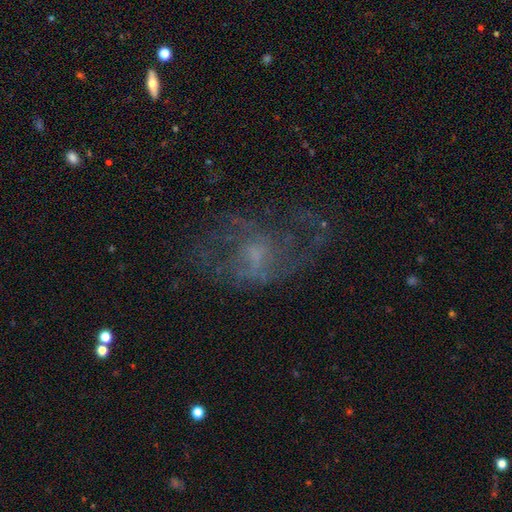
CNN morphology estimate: featured or disk 64%, smooth 21%, star or artifact 16%. Down the decision tree: edge-on disk — no (96%); bar — no (66%); spiral arms — yes (60%); bulge size — small (47%); merging — none (50%).